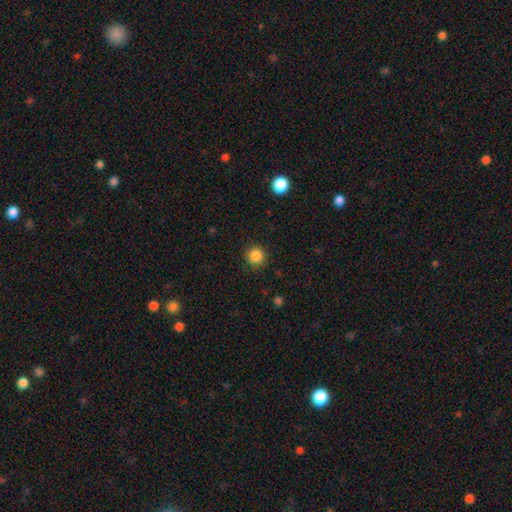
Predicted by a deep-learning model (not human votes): smooth_or_featured: smooth (p=0.86) [alt: star or artifact p=0.11]
how_rounded: round (p=0.95) [alt: in between p=0.05]
merging: none (p=0.90) [alt: minor disturbance p=0.07]